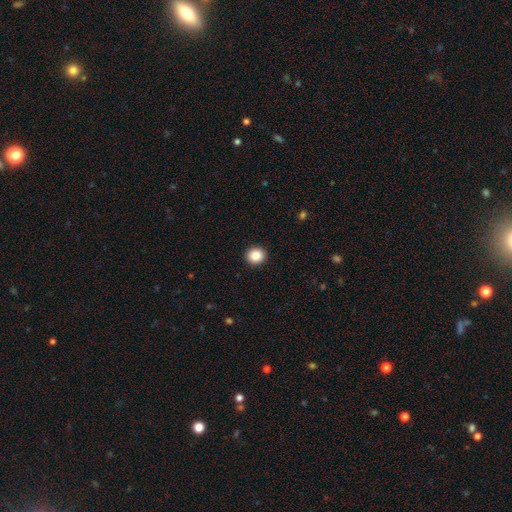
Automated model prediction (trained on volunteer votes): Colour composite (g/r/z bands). It shows a smooth galaxy with no disk features (87%) that is round (84%). Merging: none (93%).